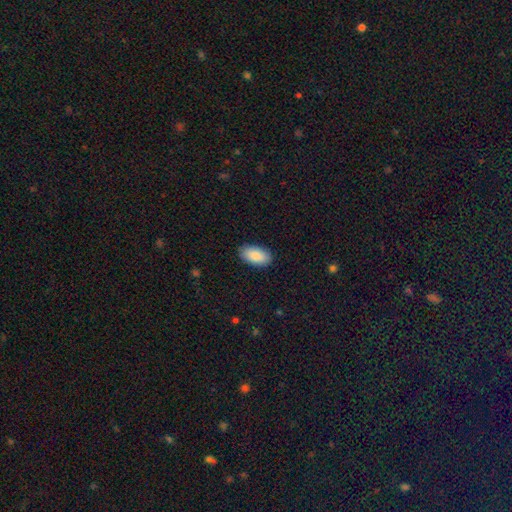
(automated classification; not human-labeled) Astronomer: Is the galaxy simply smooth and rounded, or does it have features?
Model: smooth — 88%.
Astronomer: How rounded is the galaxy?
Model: in between — 95%.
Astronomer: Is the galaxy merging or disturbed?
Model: none — 88%.